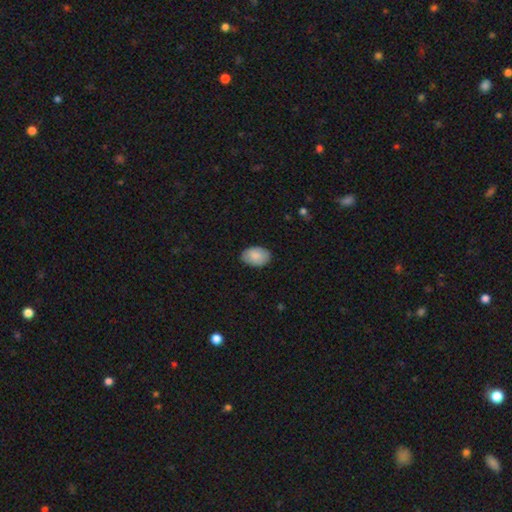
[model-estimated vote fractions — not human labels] This is clearly a smooth galaxy (84%). How rounded: clearly in between (88%). Merging: clearly none (83%).